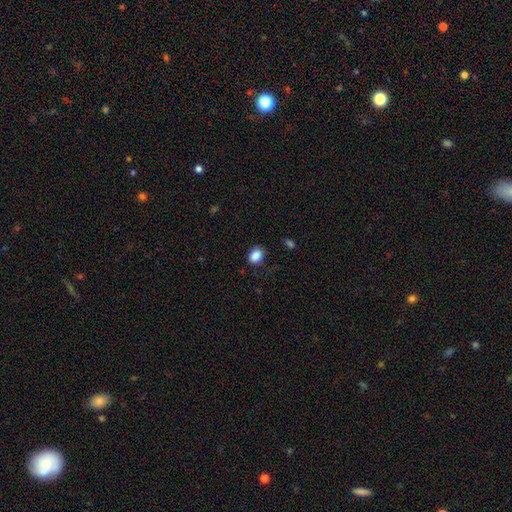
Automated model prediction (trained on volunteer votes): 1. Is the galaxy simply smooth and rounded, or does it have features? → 87% smooth, 9% star or artifact, 4% featured or disk.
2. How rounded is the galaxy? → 59% in between, 40% round, 1% cigar-shaped.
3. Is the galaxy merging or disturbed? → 81% none, 14% minor disturbance, 4% major disturbance, 1% merger.